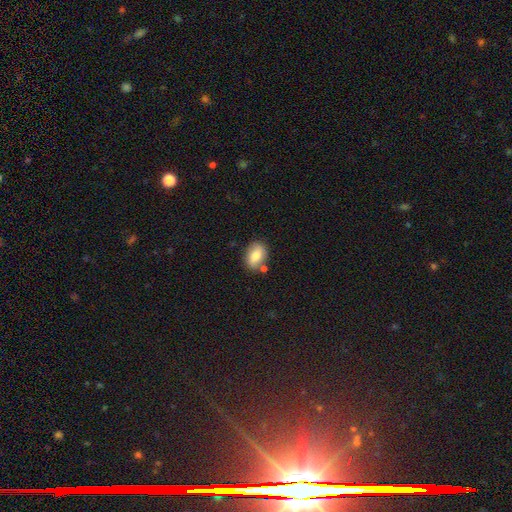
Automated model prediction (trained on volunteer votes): A smooth galaxy with no disk features (72%) that is in between round and cigar-shaped (76%).

Vote fractions:
- Smooth or featured? smooth: 72% / featured or disk: 20% / star or artifact: 8%
- How rounded? in between: 76% / round: 22% / cigar-shaped: 2%
- Merging? none: 76% / minor disturbance: 14% / merger: 8% / major disturbance: 3%